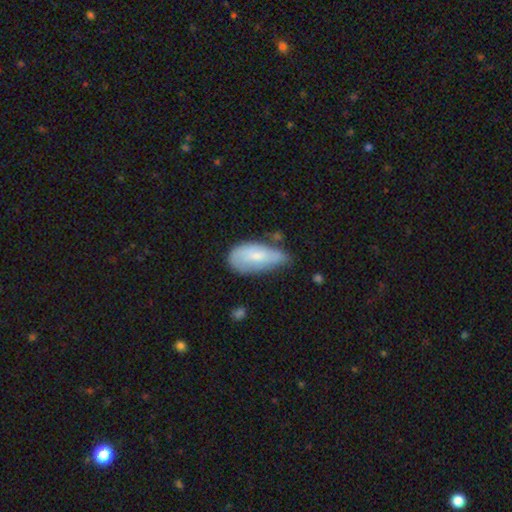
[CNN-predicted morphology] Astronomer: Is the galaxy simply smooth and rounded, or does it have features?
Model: smooth — 66%.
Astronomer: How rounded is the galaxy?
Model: in between — 90%.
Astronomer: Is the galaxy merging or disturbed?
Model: minor disturbance — 44% (runner-up: none, 35%).